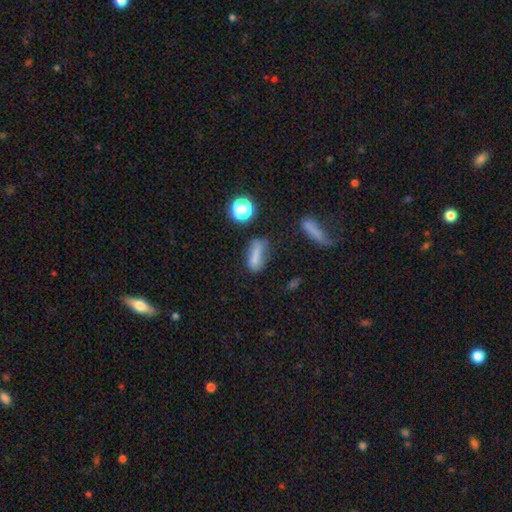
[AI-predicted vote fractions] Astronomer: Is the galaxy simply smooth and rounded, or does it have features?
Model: smooth — 70%.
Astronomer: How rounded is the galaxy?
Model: in between — 63%.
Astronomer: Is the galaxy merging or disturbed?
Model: none — 50% (runner-up: minor disturbance, 25%).